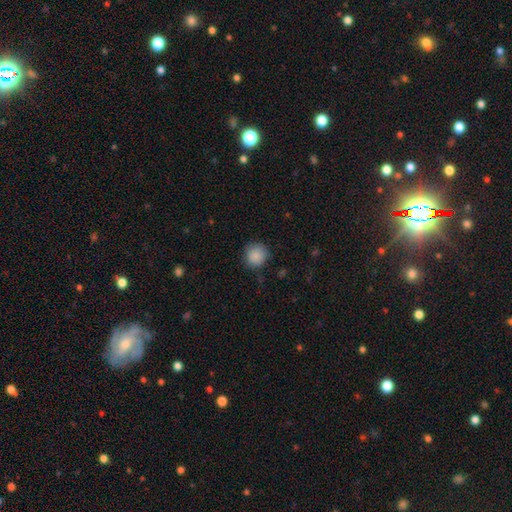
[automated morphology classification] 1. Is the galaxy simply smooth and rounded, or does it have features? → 88% smooth, 8% star or artifact, 4% featured or disk.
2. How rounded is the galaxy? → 92% round, 7% in between, 1% cigar-shaped.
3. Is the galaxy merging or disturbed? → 81% none, 14% minor disturbance, 3% major disturbance, 1% merger.